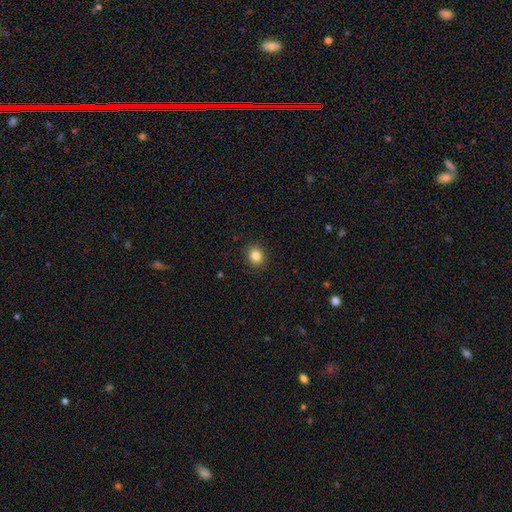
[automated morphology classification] This appears to be a smooth galaxy with no disk features (84%) that is round (72%). Merging: none (90%).